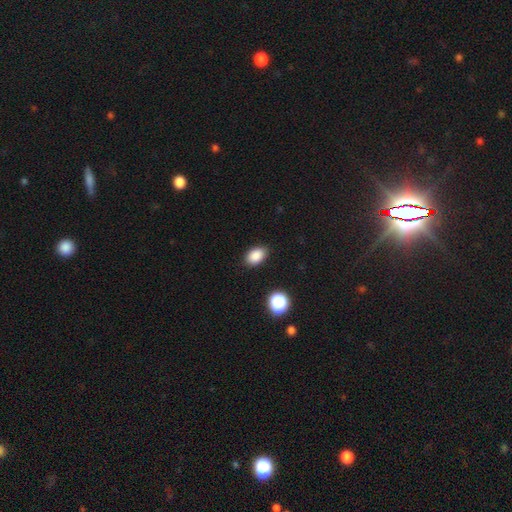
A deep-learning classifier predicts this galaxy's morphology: smooth_or_featured: smooth (p=0.86) [alt: star or artifact p=0.10]
how_rounded: in between (p=0.85) [alt: round p=0.14]
merging: none (p=0.86) [alt: minor disturbance p=0.10]